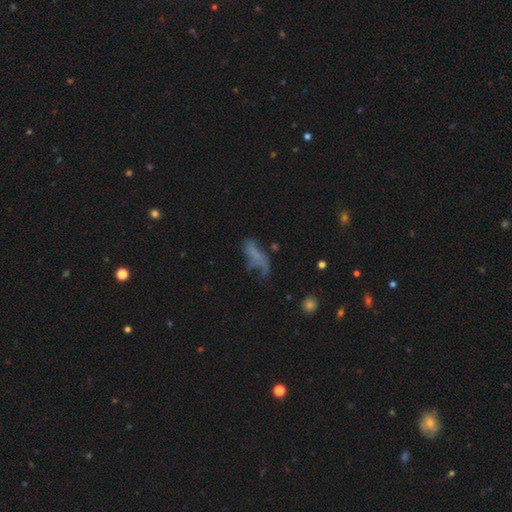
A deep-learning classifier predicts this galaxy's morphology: A smooth galaxy with no disk features (42%). Merging: major disturbance (37%).